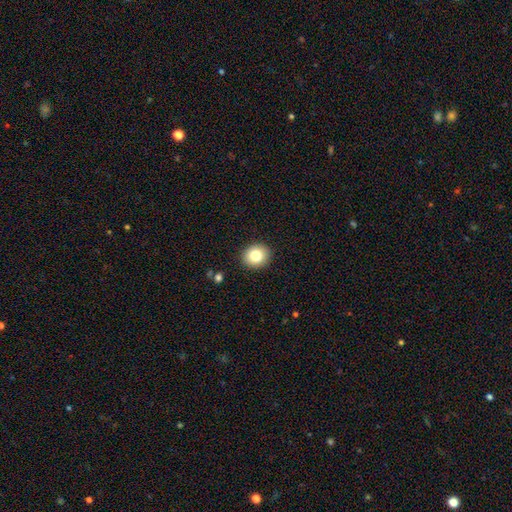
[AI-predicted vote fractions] This appears to be a smooth galaxy with no disk features (81%) that is round (75%). Merging: none (90%).